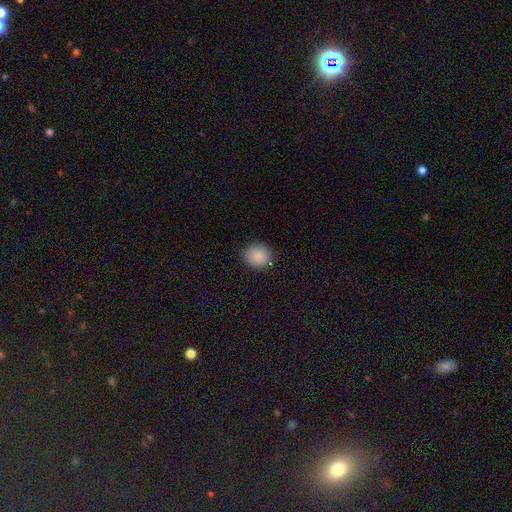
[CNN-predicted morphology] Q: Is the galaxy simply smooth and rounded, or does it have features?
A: smooth — 88%.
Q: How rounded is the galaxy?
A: round — 75%.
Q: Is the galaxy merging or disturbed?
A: none — 88%.